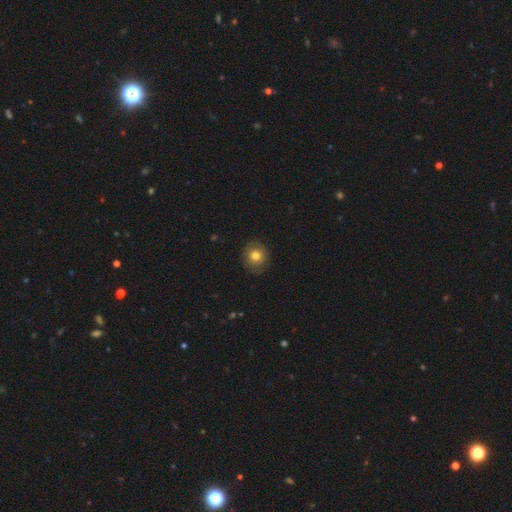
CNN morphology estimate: type=smooth (78%); roundness=round (87%); merging=none (87%).